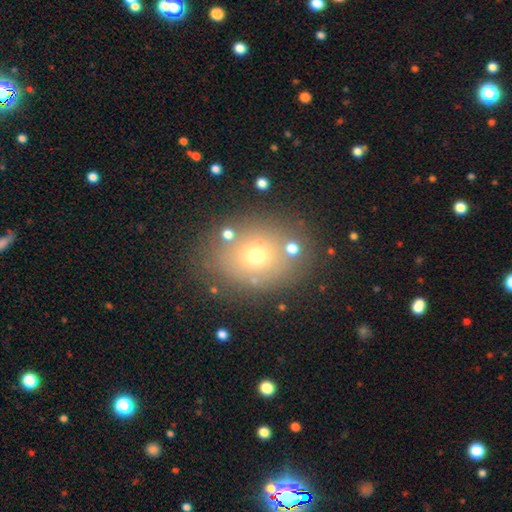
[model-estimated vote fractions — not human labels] smooth_or_featured: smooth (p=0.62) [alt: featured or disk p=0.19]
how_rounded: round (p=0.50) [alt: in between p=0.49]
merging: none (p=0.77) [alt: minor disturbance p=0.12]